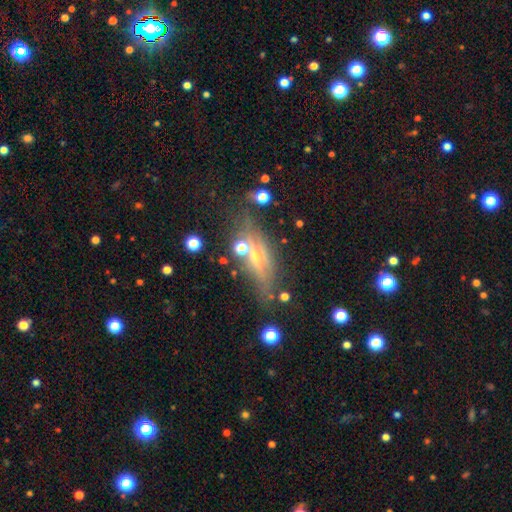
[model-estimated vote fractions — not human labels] Q: Smooth or featured?
A: featured or disk (56%); runner-up: smooth (27%)
Q: Edge-on disk?
A: yes (80%); runner-up: no (20%)
Q: Merging?
A: none (70%); runner-up: minor disturbance (16%)